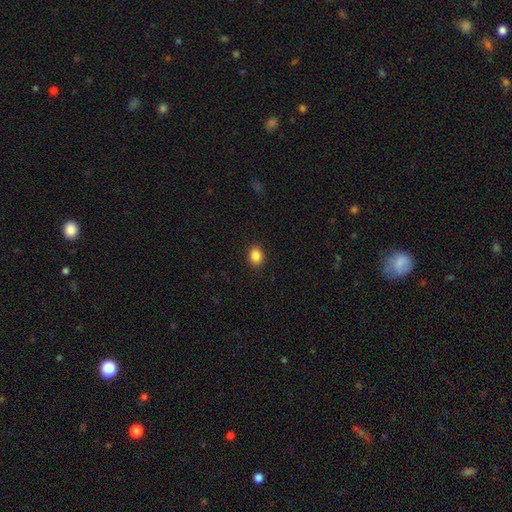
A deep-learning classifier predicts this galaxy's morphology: type=smooth (87%); roundness=in between (61%); merging=none (91%).